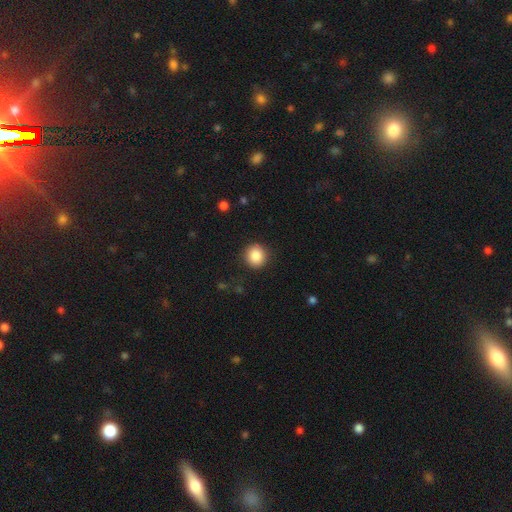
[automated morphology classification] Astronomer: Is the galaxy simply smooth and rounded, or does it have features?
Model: smooth — 87%.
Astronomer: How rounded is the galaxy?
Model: round — 91%.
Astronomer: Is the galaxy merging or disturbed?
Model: none — 90%.